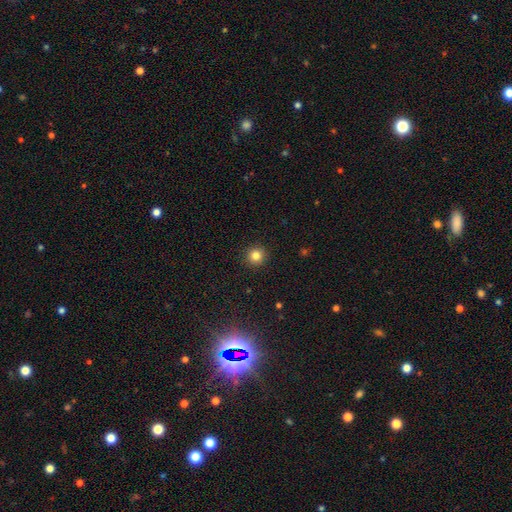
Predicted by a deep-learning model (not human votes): Morphology: type=smooth (83%); roundness=round (95%); merging=none (93%).